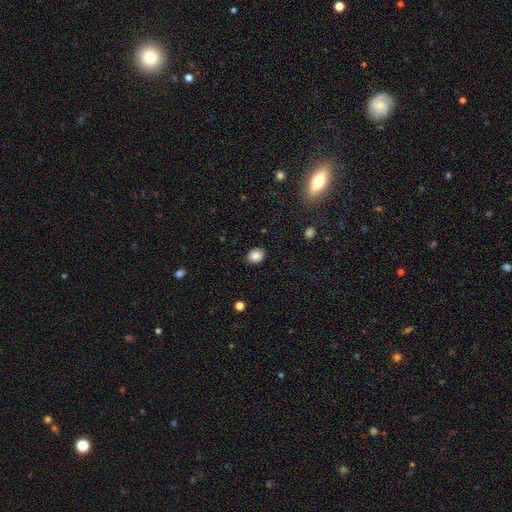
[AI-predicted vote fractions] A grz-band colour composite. It shows a smooth galaxy with no disk features (86%) that is round (58%). Merging: none (89%).